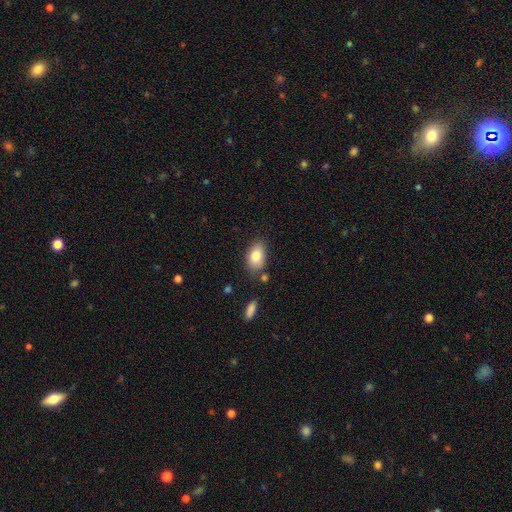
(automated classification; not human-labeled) This appears to be a smooth galaxy with no disk features (81%) that is in between round and cigar-shaped (87%). Merging: none (77%).